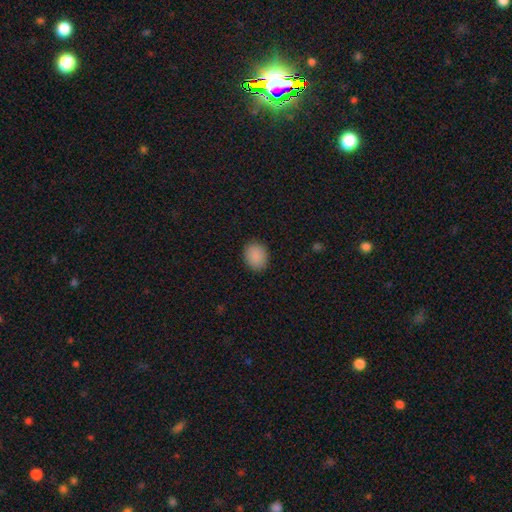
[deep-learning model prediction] Smooth or featured: smooth — 89% (star or artifact — 8%)
How rounded: round — 55% (in between — 44%)
Merging: none — 89% (minor disturbance — 8%)